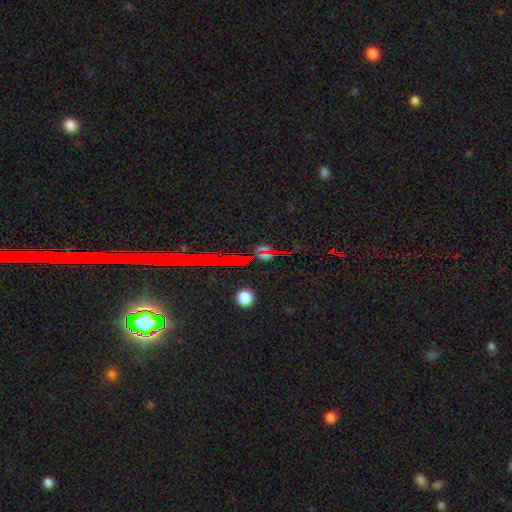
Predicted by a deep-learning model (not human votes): This appears to be a star or artifact, not a galaxy (83%).